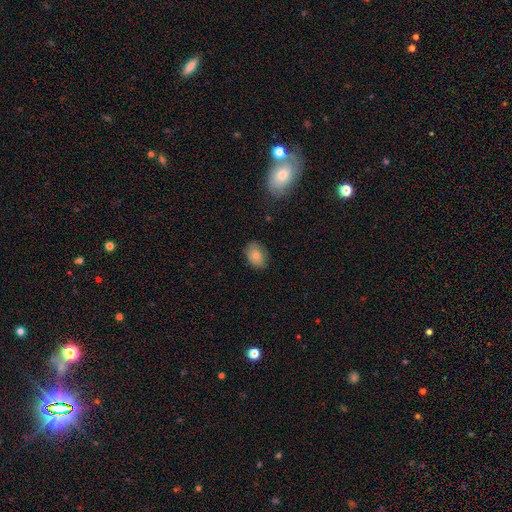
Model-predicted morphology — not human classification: A smooth galaxy with no disk features (79%) that is in between round and cigar-shaped (81%).

Vote fractions:
- Smooth or featured? smooth: 79% / featured or disk: 12% / star or artifact: 8%
- How rounded? in between: 81% / round: 18% / cigar-shaped: 1%
- Merging? none: 78% / minor disturbance: 17% / major disturbance: 4% / merger: 1%